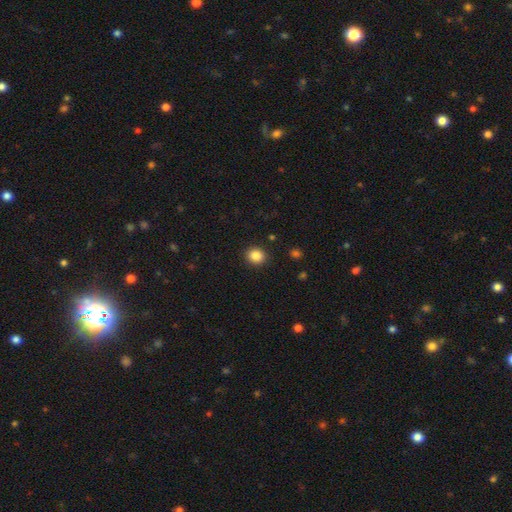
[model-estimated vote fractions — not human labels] Smooth or featured? smooth (86%)
How rounded? round (74%)
Merging? none (90%)